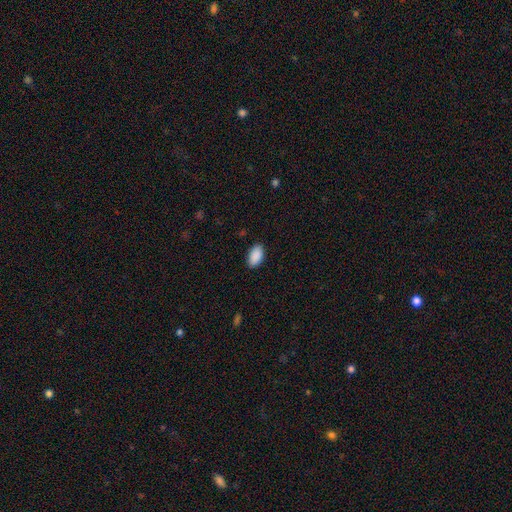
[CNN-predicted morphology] This appears to be a smooth galaxy with no disk features (91%) that is in between round and cigar-shaped (95%). Merging: none (88%).